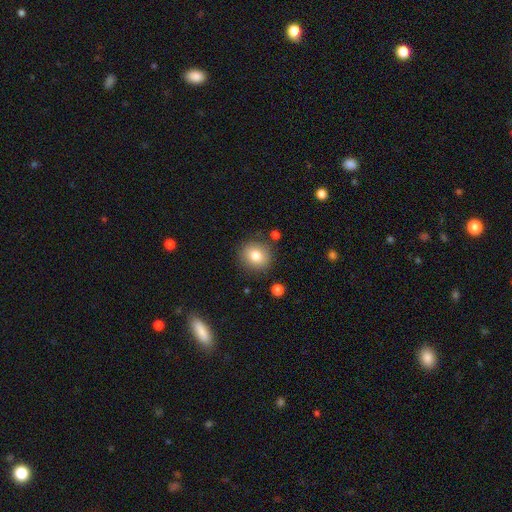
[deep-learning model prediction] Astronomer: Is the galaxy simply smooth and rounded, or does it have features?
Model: smooth — 81%.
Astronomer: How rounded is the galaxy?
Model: round — 86%.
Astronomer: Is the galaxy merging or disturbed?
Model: none — 85%.